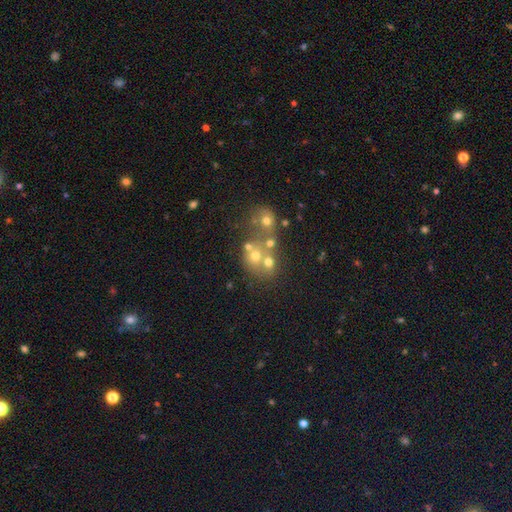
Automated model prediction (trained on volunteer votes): The model was most divided on "merging": merger: 50%, none: 35%, minor disturbance: 8%, major disturbance: 7%. Remaining: smooth or featured — smooth (47%).